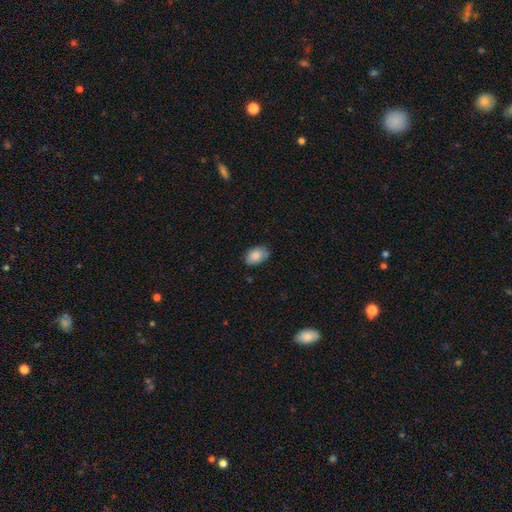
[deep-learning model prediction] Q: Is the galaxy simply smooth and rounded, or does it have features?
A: smooth — 83%.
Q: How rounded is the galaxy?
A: in between — 89%.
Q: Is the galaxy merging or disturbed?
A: none — 80%.